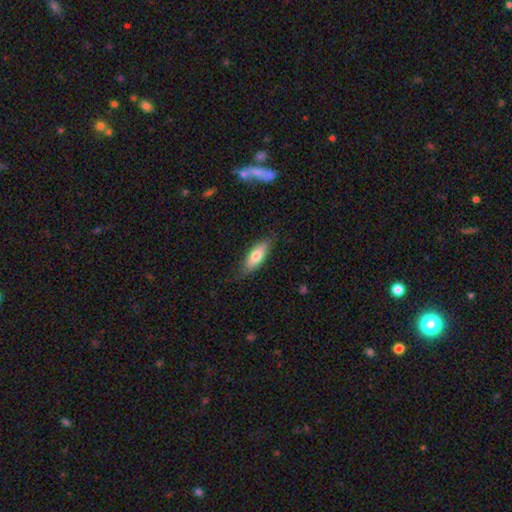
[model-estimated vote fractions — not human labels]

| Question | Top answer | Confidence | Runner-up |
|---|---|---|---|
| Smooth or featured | smooth | 73% | featured or disk (21%) |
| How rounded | in between | 71% | cigar-shaped (27%) |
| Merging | none | 76% | minor disturbance (19%) |